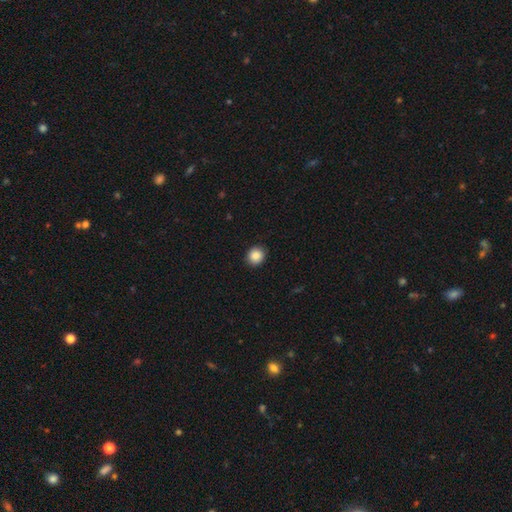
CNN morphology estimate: type=smooth (88%); roundness=round (85%); merging=none (90%).